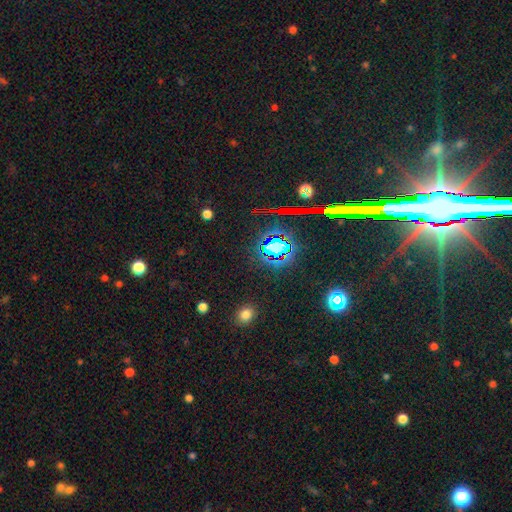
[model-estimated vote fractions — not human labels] star or artifact 77%, smooth 13%, featured or disk 10%.